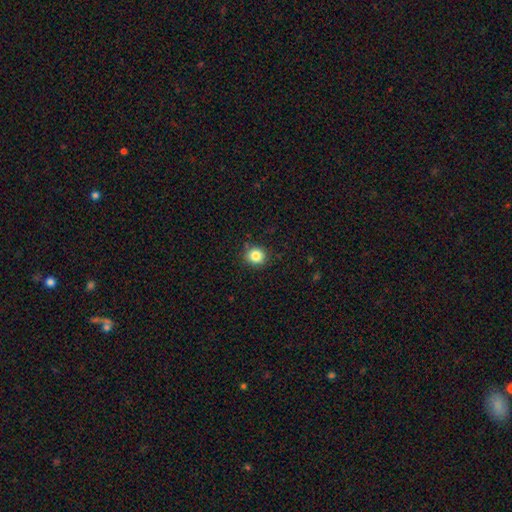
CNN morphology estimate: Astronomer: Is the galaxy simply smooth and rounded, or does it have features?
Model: smooth — 84%.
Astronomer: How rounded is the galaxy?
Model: round — 86%.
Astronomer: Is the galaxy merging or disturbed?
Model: none — 88%.